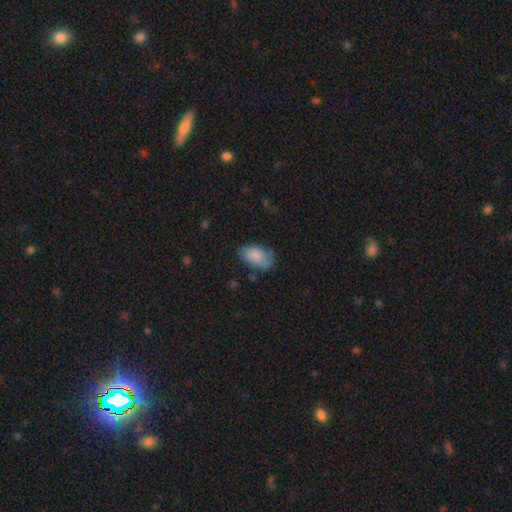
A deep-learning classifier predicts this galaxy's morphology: The model was most divided on "merging": none: 62%, minor disturbance: 27%, major disturbance: 8%, merger: 3%. More confident: how rounded — in between (93%); smooth or featured — smooth (82%).